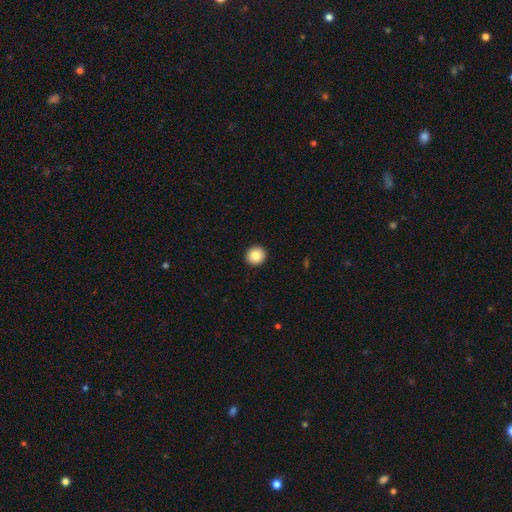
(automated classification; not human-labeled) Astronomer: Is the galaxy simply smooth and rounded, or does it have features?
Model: smooth — 86%.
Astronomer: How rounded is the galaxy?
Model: round — 88%.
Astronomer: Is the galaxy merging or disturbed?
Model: none — 93%.